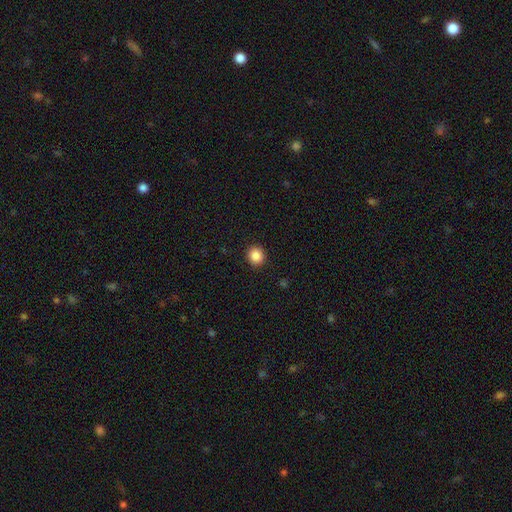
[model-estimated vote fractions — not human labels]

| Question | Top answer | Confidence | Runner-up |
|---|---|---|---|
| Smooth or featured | smooth | 87% | star or artifact (10%) |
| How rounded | round | 84% | in between (15%) |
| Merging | none | 91% | minor disturbance (6%) |